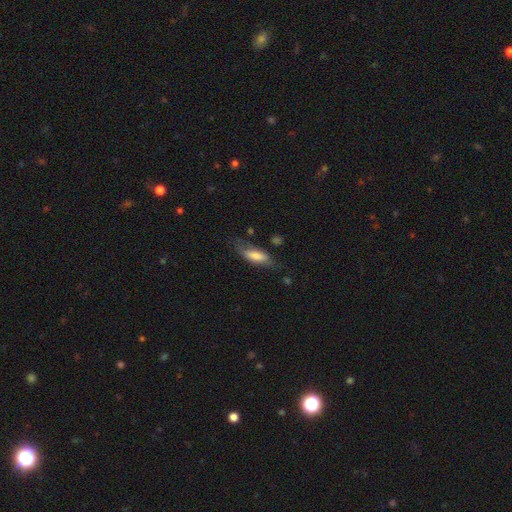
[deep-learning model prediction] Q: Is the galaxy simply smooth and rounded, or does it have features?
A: smooth — 65%.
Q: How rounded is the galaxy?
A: in between — 59%.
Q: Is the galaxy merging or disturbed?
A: none — 56%.